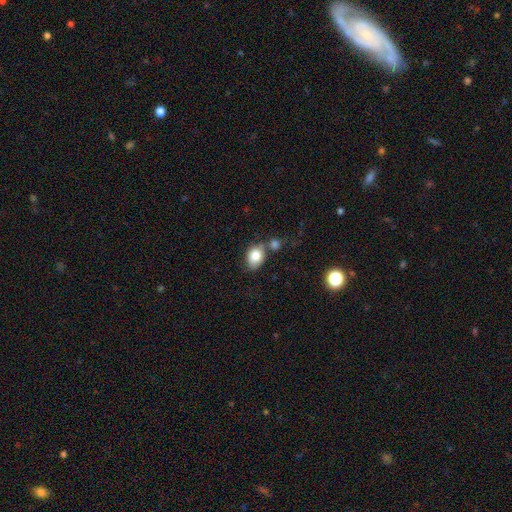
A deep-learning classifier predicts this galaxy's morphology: This appears to be a smooth galaxy with no disk features (81%) that is in between round and cigar-shaped (67%). Merging: none (50%).